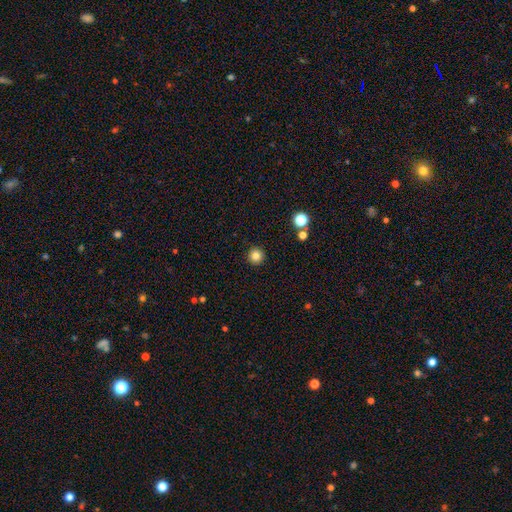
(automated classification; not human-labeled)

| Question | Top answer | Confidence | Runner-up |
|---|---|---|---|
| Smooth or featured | smooth | 83% | star or artifact (12%) |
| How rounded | round | 96% | in between (3%) |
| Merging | none | 92% | minor disturbance (5%) |